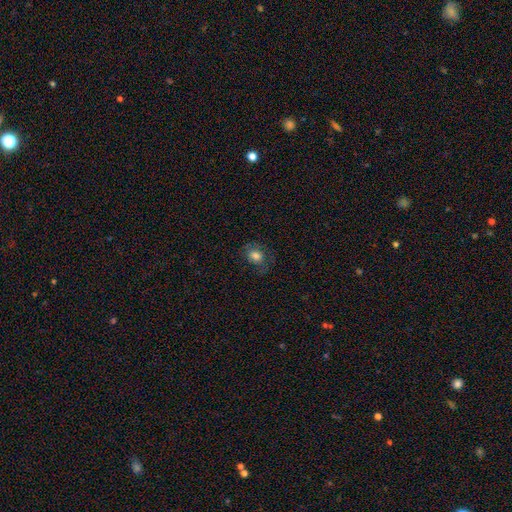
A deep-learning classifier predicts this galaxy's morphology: smooth 73%, featured or disk 15%, star or artifact 12%. Down the decision tree: how rounded — in between (59%); merging — none (69%).